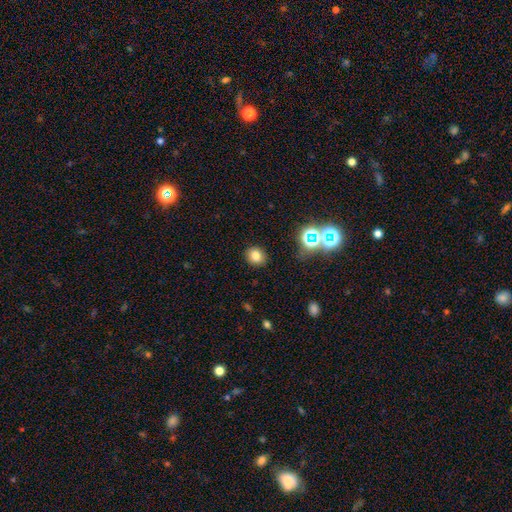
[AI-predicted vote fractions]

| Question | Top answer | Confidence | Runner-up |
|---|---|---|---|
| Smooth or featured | smooth | 77% | star or artifact (16%) |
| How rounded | round | 73% | in between (26%) |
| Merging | none | 88% | minor disturbance (8%) |